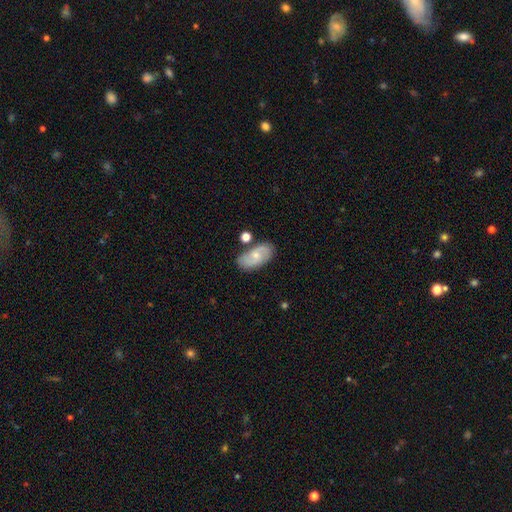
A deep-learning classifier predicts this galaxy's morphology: The model was most divided on "smooth or featured": featured or disk: 58%, smooth: 35%, star or artifact: 7%. More confident: edge-on disk — no (95%); spiral arms — yes (88%); merging — none (74%); bar — no (61%); bulge size — small (60%).